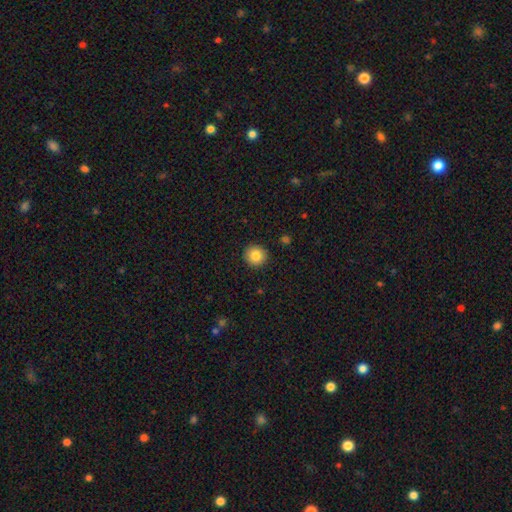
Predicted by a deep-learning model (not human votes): Q: Smooth or featured?
A: smooth (85%); runner-up: star or artifact (9%)
Q: How rounded?
A: round (94%); runner-up: in between (5%)
Q: Merging?
A: none (91%); runner-up: minor disturbance (6%)